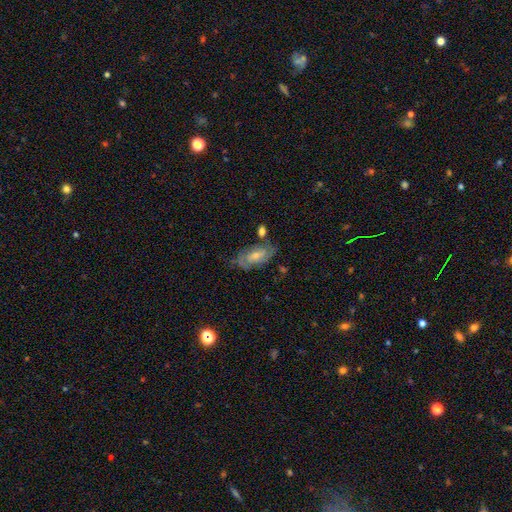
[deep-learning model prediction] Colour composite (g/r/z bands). It shows a featured or disk galaxy (65%) with no bar (57%), spiral arms (83%) and a small central bulge (50%). Merging: none (69%).